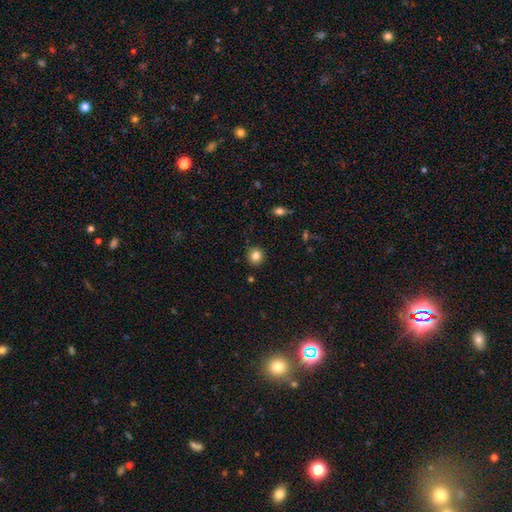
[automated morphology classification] Smooth or featured? Predicted: smooth (p=0.83). How rounded? Predicted: round (p=0.90). Merging? Predicted: none (p=0.89).